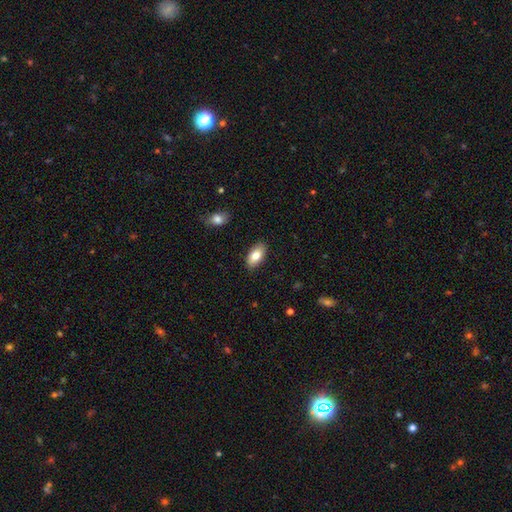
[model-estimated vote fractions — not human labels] The model was most divided on "smooth or featured": smooth: 79%, featured or disk: 14%, star or artifact: 7%. More confident: how rounded — in between (92%); merging — none (88%).